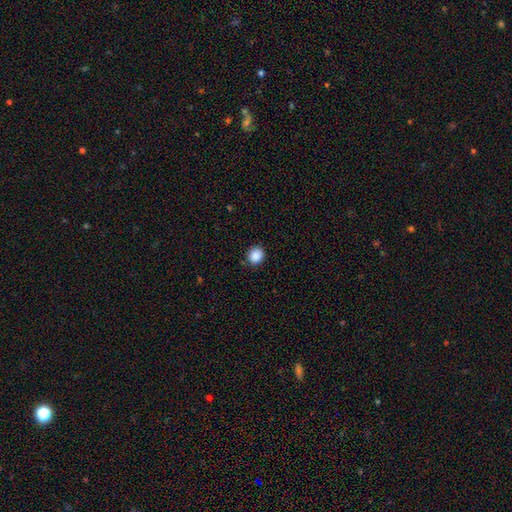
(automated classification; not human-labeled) Smooth or featured?
  - smooth: 88% *
  - star or artifact: 9%
  - featured or disk: 3%
How rounded?
  - round: 83% *
  - in between: 16%
  - cigar-shaped: 1%
Merging?
  - none: 87% *
  - minor disturbance: 10%
  - major disturbance: 2%
  - merger: 1%